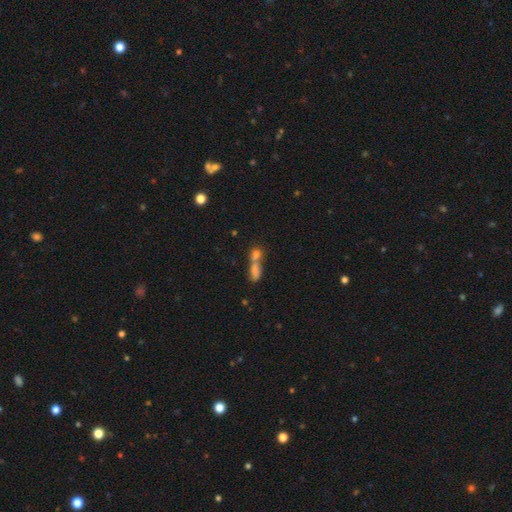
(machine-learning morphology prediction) smooth_or_featured: smooth (p=0.69) [alt: star or artifact p=0.17]
how_rounded: in between (p=0.50) [alt: round p=0.34]
merging: merger (p=0.58) [alt: none p=0.30]